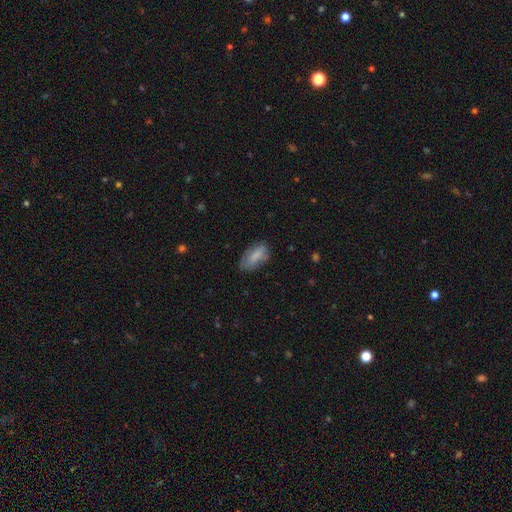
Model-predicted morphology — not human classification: A smooth galaxy with no disk features (79%) that is in between round and cigar-shaped (90%).

Vote fractions:
- Smooth or featured? smooth: 79% / featured or disk: 14% / star or artifact: 7%
- How rounded? in between: 90% / cigar-shaped: 7% / round: 3%
- Merging? none: 70% / minor disturbance: 23% / major disturbance: 6% / merger: 2%